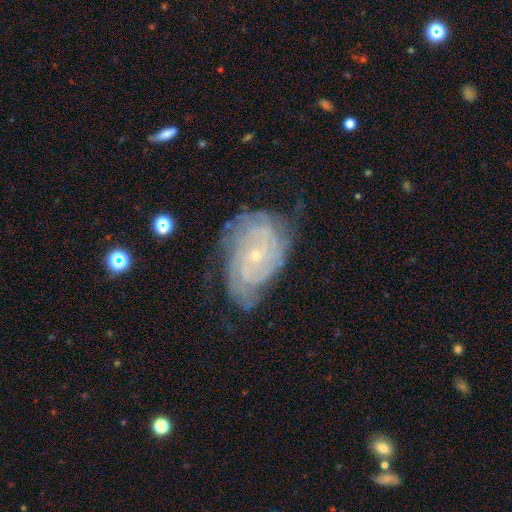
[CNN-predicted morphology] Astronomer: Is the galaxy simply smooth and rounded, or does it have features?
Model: featured or disk — 84%.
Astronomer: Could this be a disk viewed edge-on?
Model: no — 96%.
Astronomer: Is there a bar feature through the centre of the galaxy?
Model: no — 73%.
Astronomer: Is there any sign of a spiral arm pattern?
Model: yes — 95%.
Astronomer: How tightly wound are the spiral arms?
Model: tight — 71%.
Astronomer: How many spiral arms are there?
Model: can't tell — 37% (runner-up: 2, 17%).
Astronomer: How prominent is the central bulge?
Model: small — 81%.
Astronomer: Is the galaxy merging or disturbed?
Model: none — 62%.